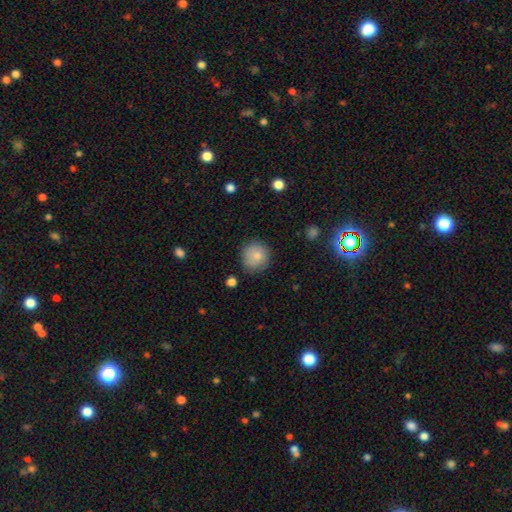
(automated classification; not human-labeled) smooth-or-featured: smooth: 81% | featured or disk: 10% | star or artifact: 8%
  how-rounded: round: 90% | in between: 9% | cigar-shaped: 1%
  merging: none: 79% | minor disturbance: 15% | major disturbance: 4% | merger: 2%